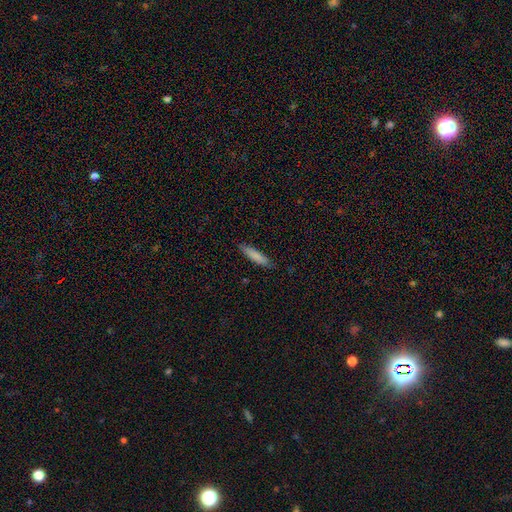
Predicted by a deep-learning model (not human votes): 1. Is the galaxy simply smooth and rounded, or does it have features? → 82% smooth, 12% featured or disk, 6% star or artifact.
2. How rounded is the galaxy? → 80% cigar-shaped, 19% in between, 1% round.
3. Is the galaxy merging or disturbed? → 85% none, 12% minor disturbance, 2% major disturbance, 1% merger.